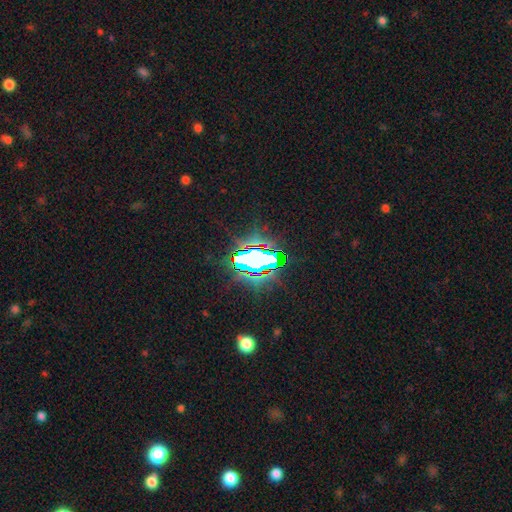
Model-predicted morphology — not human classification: A star or artifact, not a galaxy (70%).